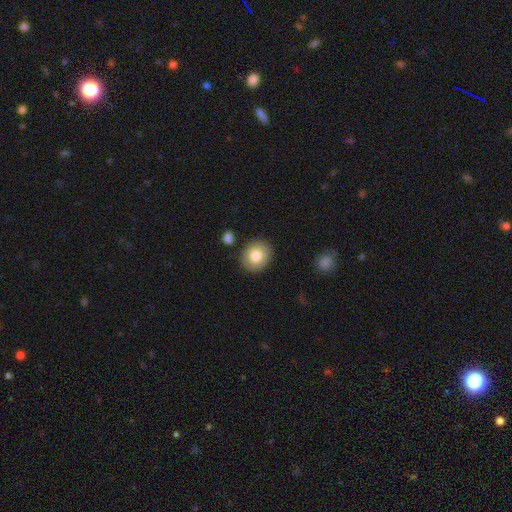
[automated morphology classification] A smooth galaxy with no disk features (81%) that is round (71%).

Vote fractions:
- Smooth or featured? smooth: 81% / featured or disk: 11% / star or artifact: 8%
- How rounded? round: 71% / in between: 28% / cigar-shaped: 1%
- Merging? none: 86% / minor disturbance: 9% / merger: 3% / major disturbance: 2%